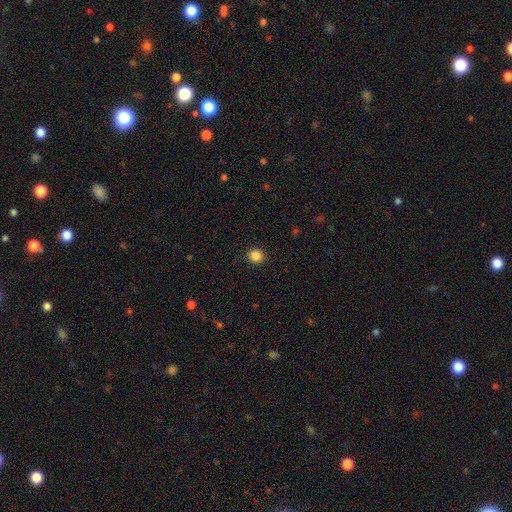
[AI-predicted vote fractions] Morphology: type=smooth (86%); roundness=round (93%); merging=none (90%).